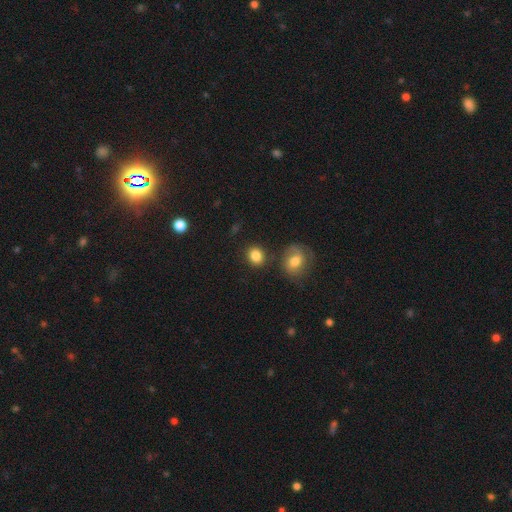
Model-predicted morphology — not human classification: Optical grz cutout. It shows a smooth galaxy with no disk features (85%) that is round (72%). Merging: none (80%).